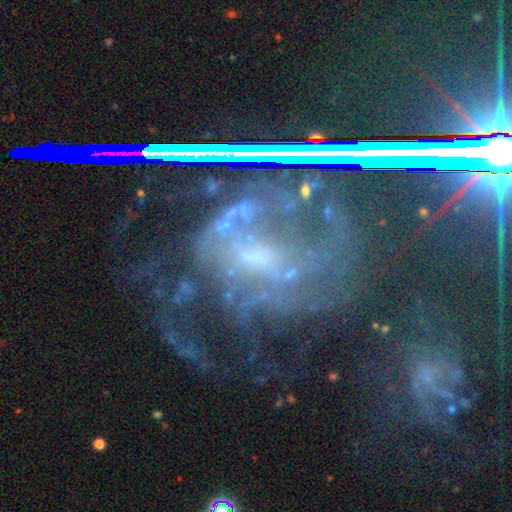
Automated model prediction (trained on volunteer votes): Smooth or featured?
  - featured or disk: 71% *
  - star or artifact: 21%
  - smooth: 8%
Edge-on disk?
  - no: 96% *
  - yes: 4%
Bar?
  - no: 50% *
  - weak: 33%
  - strong: 16%
Spiral arms?
  - yes: 80% *
  - no: 20%
Spiral winding?
  - medium: 45% *
  - loose: 28%
  - tight: 27%
Spiral arm count?
  - 2: 37% *
  - can't tell: 31%
  - 3: 11%
  - 1: 10%
  - 4: 6%
  - more than 4: 6%
Bulge size?
  - small: 49% *
  - moderate: 29%
  - none: 16%
  - large: 4%
  - dominant: 2%
Merging?
  - none: 42% *
  - major disturbance: 33%
  - minor disturbance: 18%
  - merger: 7%